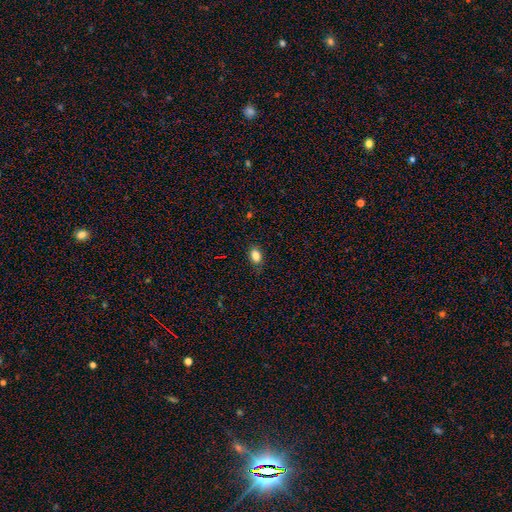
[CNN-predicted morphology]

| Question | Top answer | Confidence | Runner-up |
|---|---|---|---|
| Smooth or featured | smooth | 85% | star or artifact (10%) |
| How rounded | in between | 84% | round (14%) |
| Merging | none | 82% | minor disturbance (14%) |